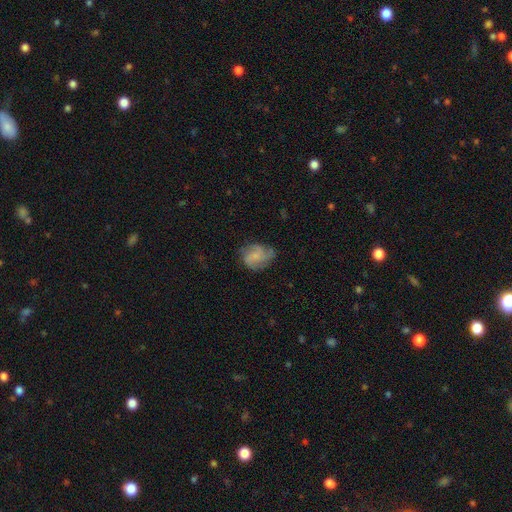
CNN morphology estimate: smooth-or-featured: featured or disk: 54% | smooth: 38% | star or artifact: 8%
  disk-edge-on: no: 98% | yes: 2%
    bar: no: 71% | weak: 26% | strong: 4%
    has-spiral-arms: yes: 89% | no: 11%
    bulge-size: small: 48% | none: 29% | moderate: 19% | large: 2% | dominant: 1%
  merging: none: 64% | minor disturbance: 24% | major disturbance: 10% | merger: 1%